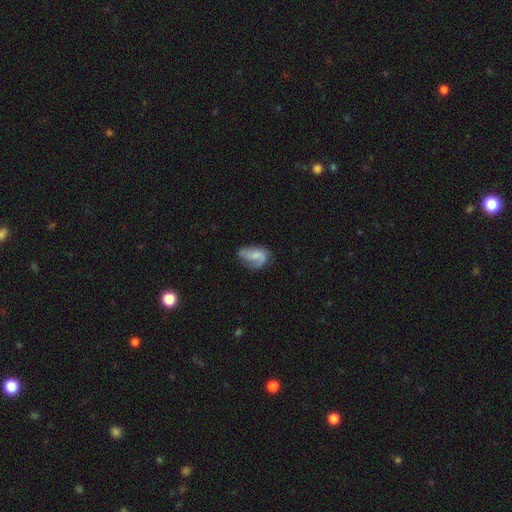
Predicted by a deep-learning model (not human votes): A featured or disk galaxy (62%) with no bar (54%), 2 (66%) medium (42%) spiral arms (88%) and a small central bulge (50%).

Vote fractions:
- Smooth or featured? featured or disk: 62% / smooth: 31% / star or artifact: 7%
- Edge-on disk? no: 97% / yes: 3%
- Bar? no: 54% / weak: 38% / strong: 9%
- Spiral arms? yes: 88% / no: 12%
- Spiral winding? medium: 42% / loose: 41% / tight: 17%
- Spiral arm count? 2: 66% / 1: 13% / can't tell: 12% / 3: 6% / 4: 2% / more than 4: 1%
- Bulge size? small: 50% / moderate: 33% / none: 14% / large: 3% / dominant: 1%
- Merging? none: 53% / minor disturbance: 28% / major disturbance: 16% / merger: 2%